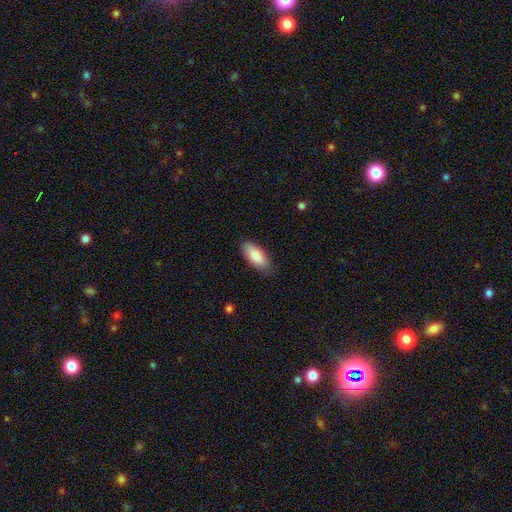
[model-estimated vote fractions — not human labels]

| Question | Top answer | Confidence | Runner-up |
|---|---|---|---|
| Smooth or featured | smooth | 86% | featured or disk (8%) |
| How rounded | in between | 87% | cigar-shaped (11%) |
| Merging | none | 81% | minor disturbance (16%) |